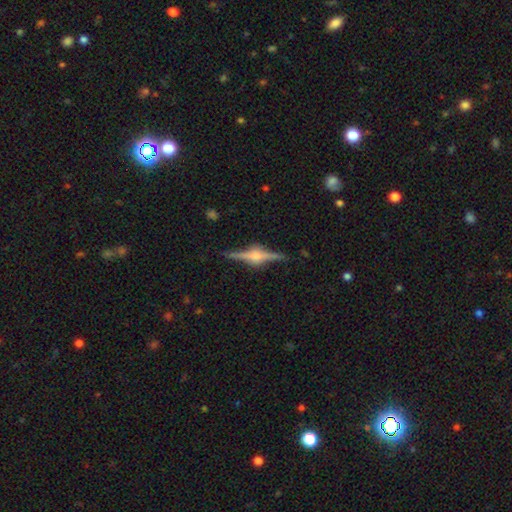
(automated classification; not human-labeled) Morphology: type=featured or disk (85%); edge-on=yes (98%); edge-on bulge=rounded (90%); merging=none (87%).